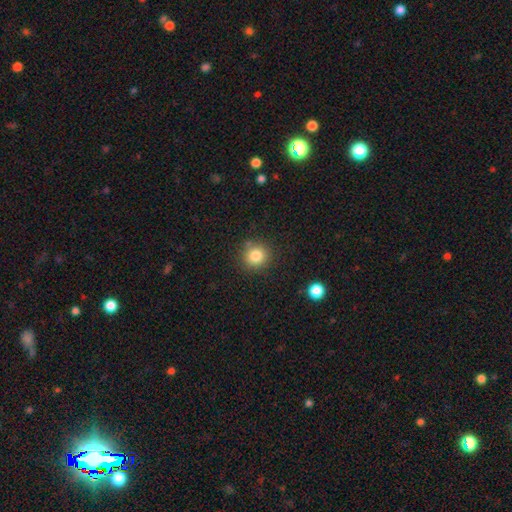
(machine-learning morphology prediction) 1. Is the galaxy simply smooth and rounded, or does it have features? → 82% smooth, 12% star or artifact, 6% featured or disk.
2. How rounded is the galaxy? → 90% round, 9% in between, 1% cigar-shaped.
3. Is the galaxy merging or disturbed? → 85% none, 9% minor disturbance, 4% merger, 3% major disturbance.